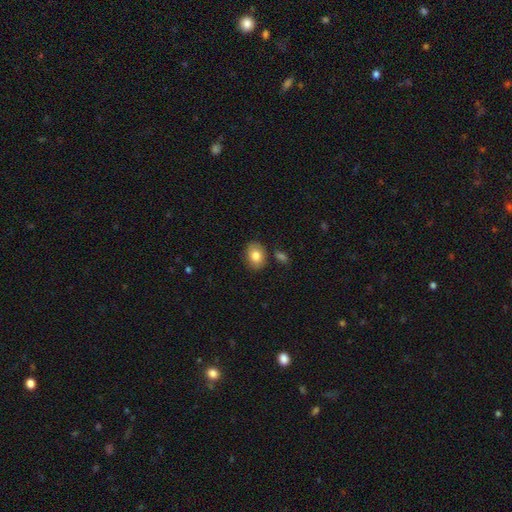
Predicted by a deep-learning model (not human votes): A smooth galaxy with no disk features (82%) that is in between round and cigar-shaped (70%).

Vote fractions:
- Smooth or featured? smooth: 82% / featured or disk: 10% / star or artifact: 7%
- How rounded? in between: 70% / round: 29% / cigar-shaped: 1%
- Merging? none: 80% / minor disturbance: 12% / merger: 5% / major disturbance: 3%